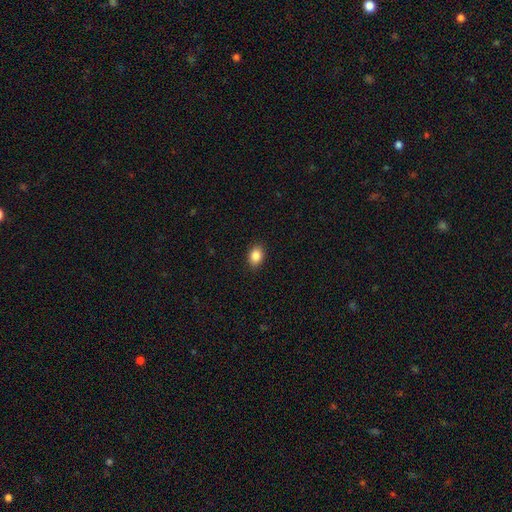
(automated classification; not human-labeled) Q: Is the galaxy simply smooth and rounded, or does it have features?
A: smooth — 87%.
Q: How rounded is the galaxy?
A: in between — 77%.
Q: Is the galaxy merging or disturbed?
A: none — 90%.